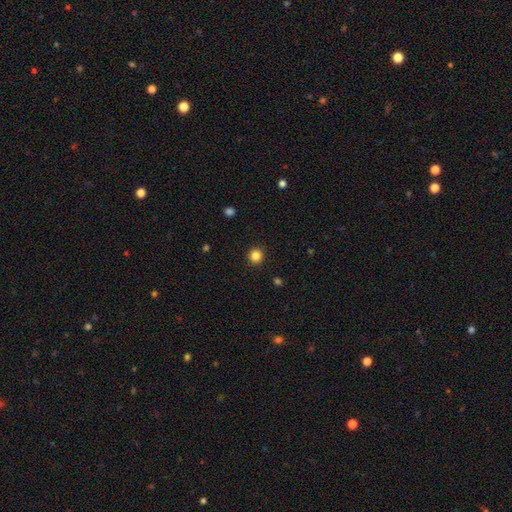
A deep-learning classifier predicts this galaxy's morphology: This is clearly a smooth galaxy (85%). How rounded: clearly round (91%). Merging: clearly none (92%).